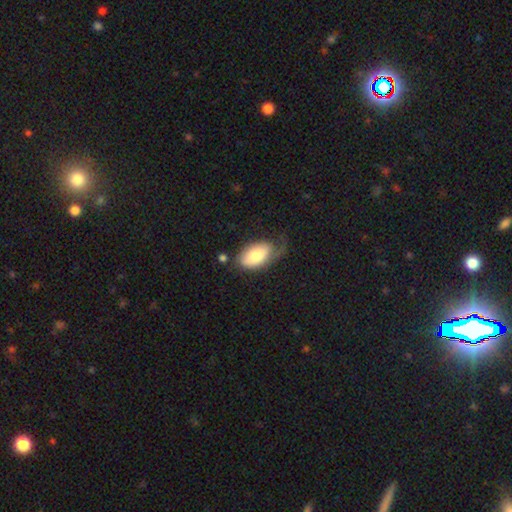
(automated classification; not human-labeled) smooth_or_featured: smooth (p=0.72) [alt: featured or disk p=0.22]
how_rounded: in between (p=0.94) [alt: round p=0.05]
merging: none (p=0.36) [alt: major disturbance p=0.30]